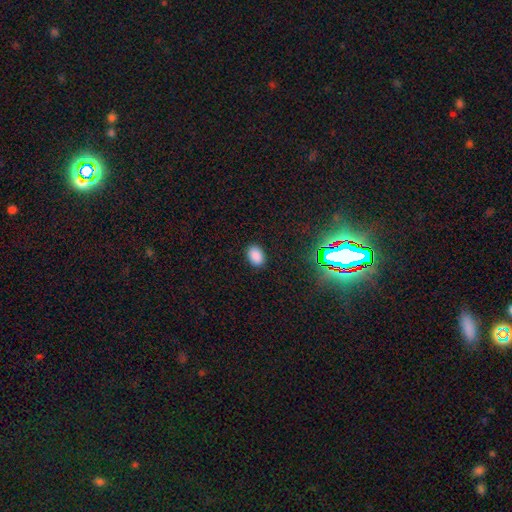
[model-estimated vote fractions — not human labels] Overall: smooth (86%). How rounded: in between (82%). Merging: none (89%).